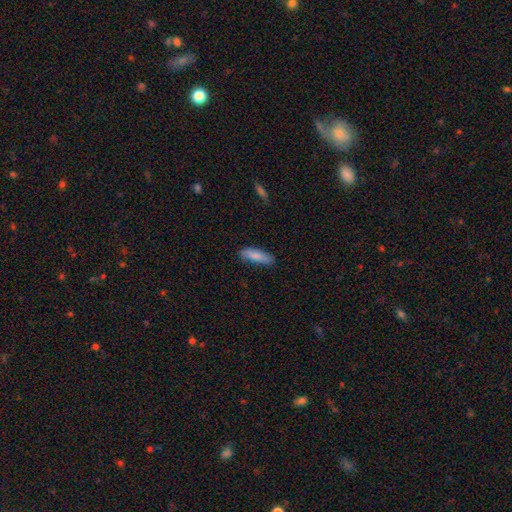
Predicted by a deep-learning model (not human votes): Q: Smooth or featured?
A: smooth (82%); runner-up: featured or disk (12%)
Q: How rounded?
A: cigar-shaped (50%); runner-up: in between (49%)
Q: Merging?
A: none (78%); runner-up: minor disturbance (17%)